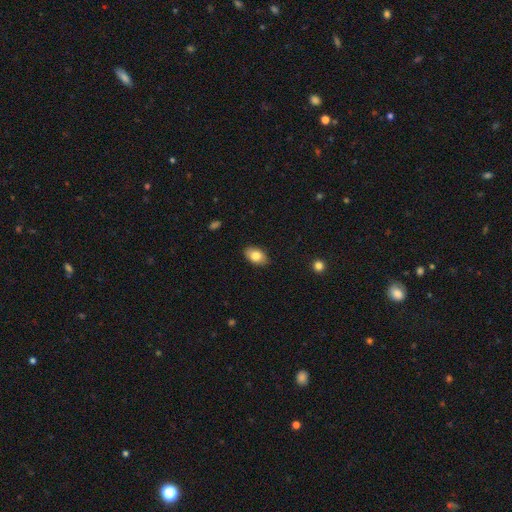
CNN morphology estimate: A smooth galaxy with no disk features (81%) that is in between round and cigar-shaped (90%). Merging: none (88%).